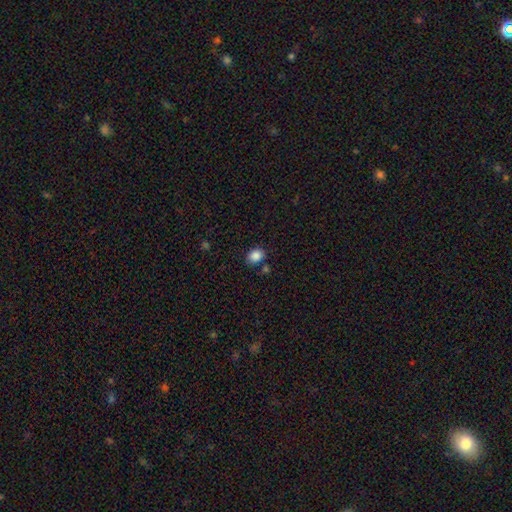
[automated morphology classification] smooth-or-featured: smooth: 86% | star or artifact: 10% | featured or disk: 4%
  how-rounded: in between: 53% | round: 46% | cigar-shaped: 1%
  merging: none: 75% | minor disturbance: 14% | merger: 7% | major disturbance: 4%